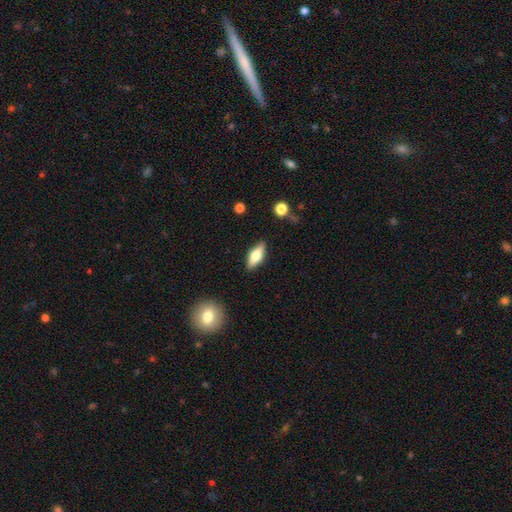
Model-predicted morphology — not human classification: smooth_or_featured: smooth (p=0.49) [alt: featured or disk p=0.44]
merging: none (p=0.86) [alt: minor disturbance p=0.10]